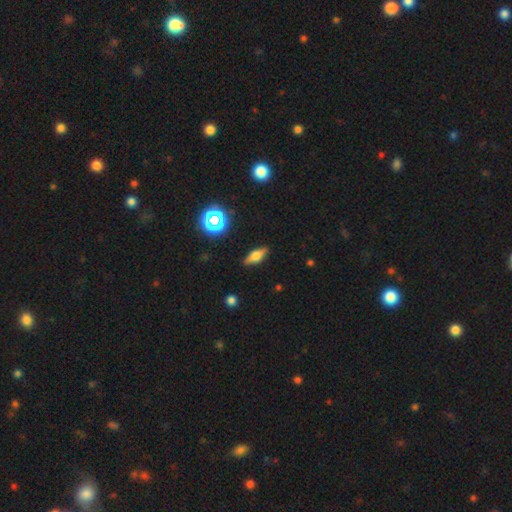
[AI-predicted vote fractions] This appears to be a smooth galaxy with no disk features (46%). Merging: none (87%).